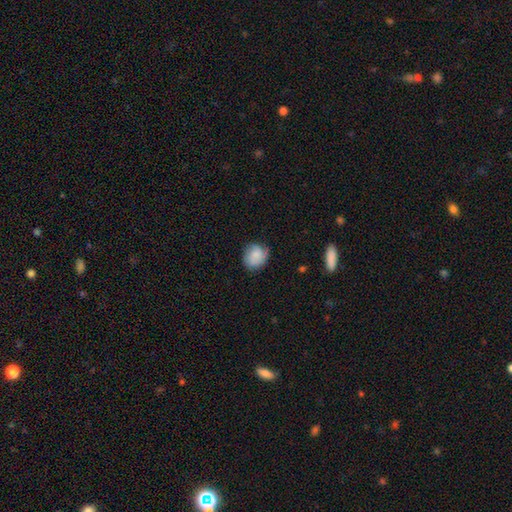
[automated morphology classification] Q: Smooth or featured?
A: smooth (69%); runner-up: featured or disk (23%)
Q: How rounded?
A: round (75%); runner-up: in between (24%)
Q: Merging?
A: none (67%); runner-up: minor disturbance (25%)